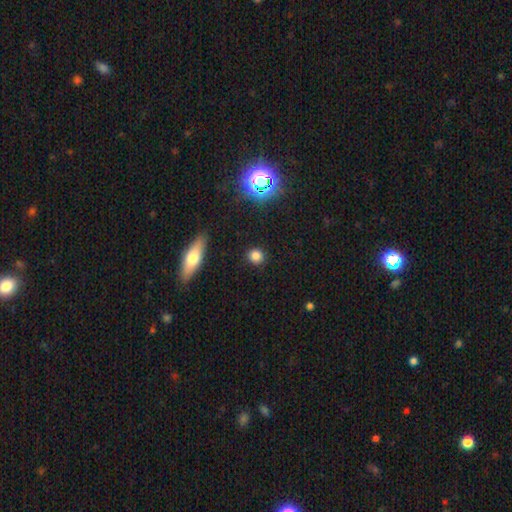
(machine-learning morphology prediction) Overall: smooth (79%). How rounded: round (84%). Merging: none (89%).